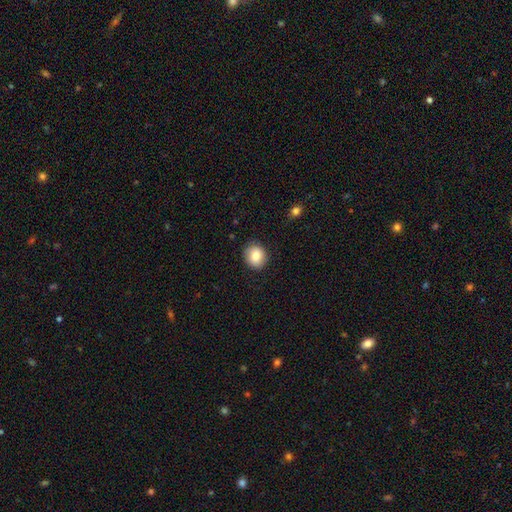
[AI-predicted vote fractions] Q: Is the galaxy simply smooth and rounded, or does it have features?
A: smooth — 83%.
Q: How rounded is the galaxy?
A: round — 72%.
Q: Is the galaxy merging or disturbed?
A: none — 85%.